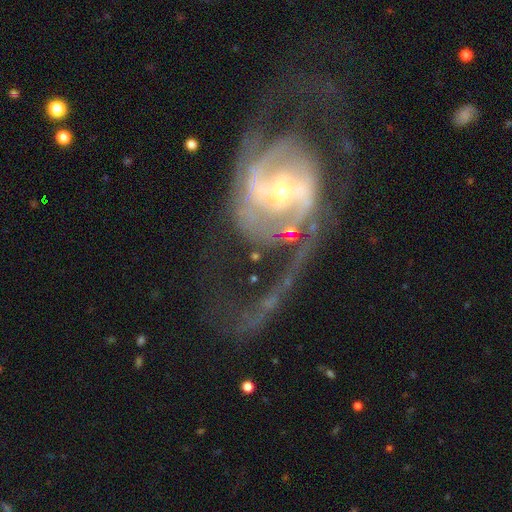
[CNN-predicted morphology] smooth_or_featured: featured or disk (p=0.86) [alt: smooth p=0.07]
disk_edge_on: no (p=0.96) [alt: yes p=0.04]
bar: strong (p=0.45) [alt: weak p=0.36]
has_spiral_arms: yes (p=0.90) [alt: no p=0.10]
spiral_winding: loose (p=0.42) [alt: medium p=0.39]
spiral_arm_count: 2 (p=0.73) [alt: can't tell p=0.09]
bulge_size: small (p=0.53) [alt: moderate p=0.41]
merging: major disturbance (p=0.41) [alt: none p=0.38]